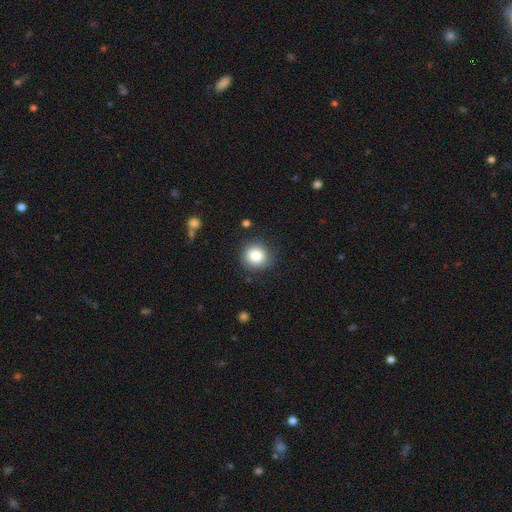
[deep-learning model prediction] The model was most divided on "merging": none: 84%, minor disturbance: 11%, major disturbance: 3%, merger: 2%. More confident: how rounded — round (88%); smooth or featured — smooth (84%).